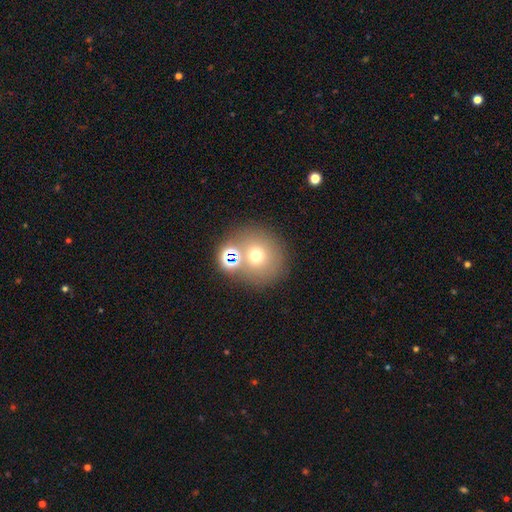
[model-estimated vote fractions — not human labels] smooth_or_featured: smooth (p=0.66) [alt: star or artifact p=0.20]
how_rounded: round (p=0.87) [alt: in between p=0.12]
merging: none (p=0.68) [alt: merger p=0.18]